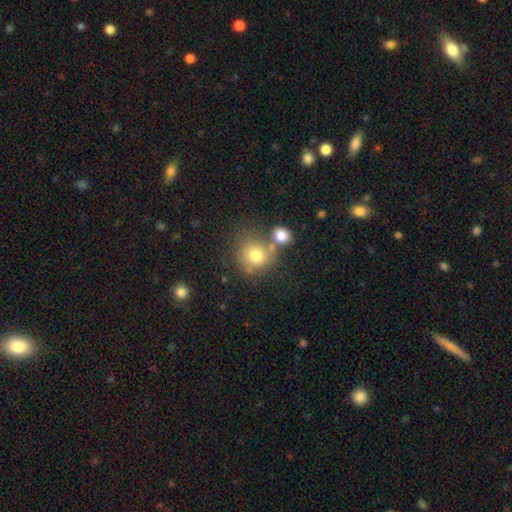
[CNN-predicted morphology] A smooth galaxy with no disk features (75%) that is round (86%).

Vote fractions:
- Smooth or featured? smooth: 75% / featured or disk: 12% / star or artifact: 12%
- How rounded? round: 86% / in between: 13% / cigar-shaped: 1%
- Merging? none: 56% / merger: 25% / minor disturbance: 13% / major disturbance: 6%